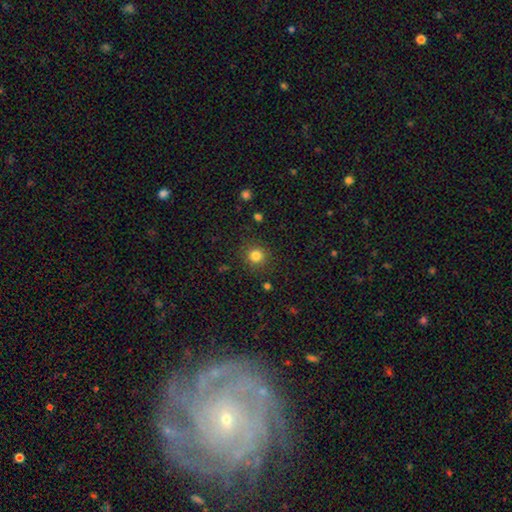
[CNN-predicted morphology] This appears to be a smooth galaxy with no disk features (82%) that is round (92%). Merging: none (89%).